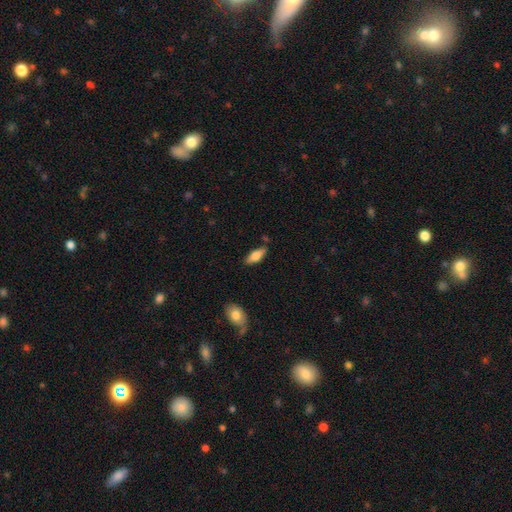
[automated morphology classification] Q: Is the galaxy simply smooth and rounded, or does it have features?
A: smooth — 71%.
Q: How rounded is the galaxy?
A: in between — 71%.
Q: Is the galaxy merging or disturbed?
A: none — 81%.